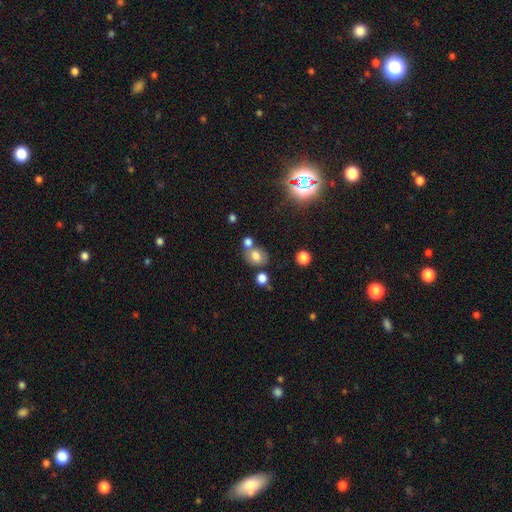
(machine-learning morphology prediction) Q: Smooth or featured?
A: smooth (73%); runner-up: star or artifact (14%)
Q: How rounded?
A: in between (54%); runner-up: round (45%)
Q: Merging?
A: none (52%); runner-up: merger (27%)